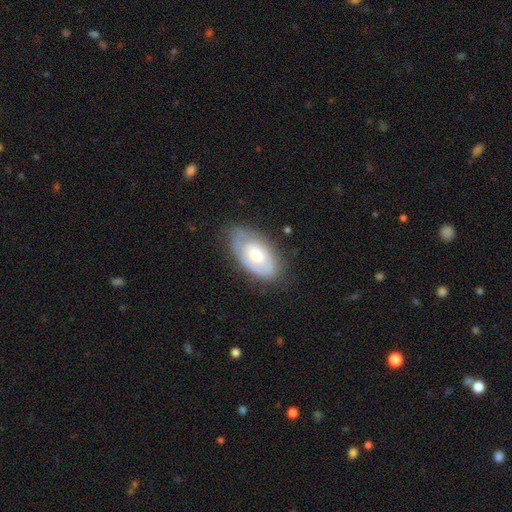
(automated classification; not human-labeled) smooth_or_featured: featured or disk (p=0.51) [alt: smooth p=0.43]
disk_edge_on: no (p=0.90) [alt: yes p=0.10]
merging: none (p=0.64) [alt: minor disturbance p=0.27]